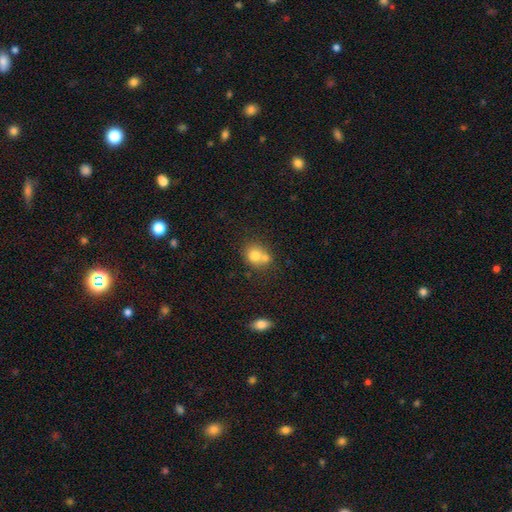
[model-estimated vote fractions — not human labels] A smooth galaxy with no disk features (76%) that is round (71%). Merging: merger (47%).